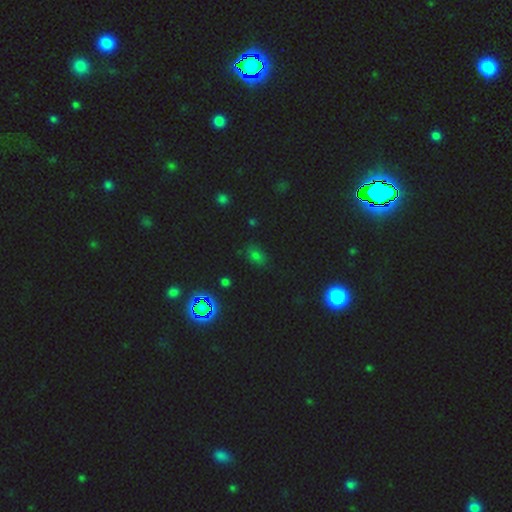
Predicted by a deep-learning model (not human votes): A smooth galaxy with no disk features (54%) that is in between round and cigar-shaped (75%). Merging: none (76%).